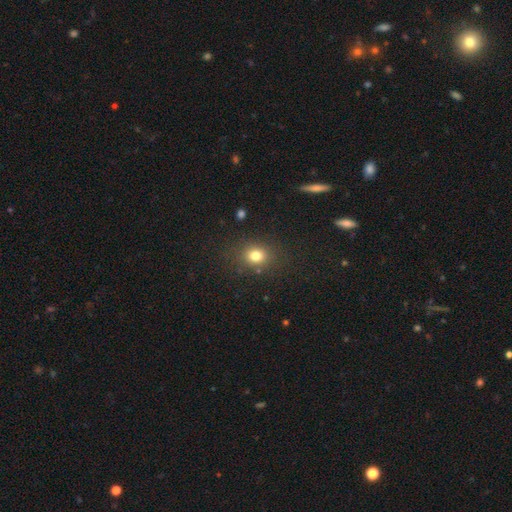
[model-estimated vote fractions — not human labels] Morphology: type=smooth (79%); roundness=round (65%); merging=none (83%).